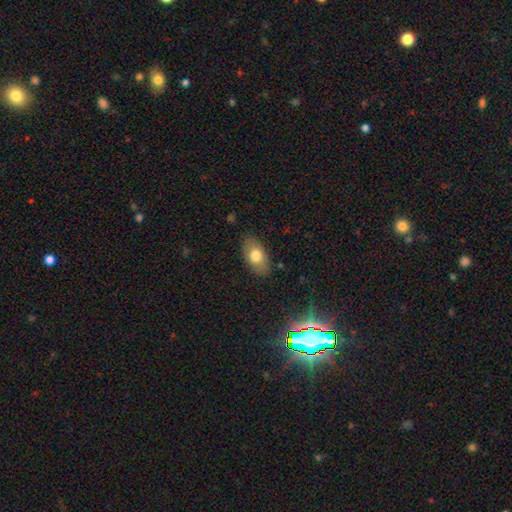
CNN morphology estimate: Overall: smooth (75%). How rounded: in between (91%). Merging: none (84%).